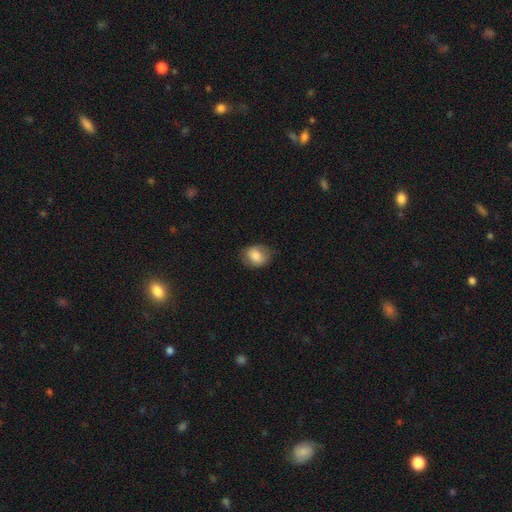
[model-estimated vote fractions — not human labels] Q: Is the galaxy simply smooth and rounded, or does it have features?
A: smooth — 78%.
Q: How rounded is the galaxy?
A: in between — 50%.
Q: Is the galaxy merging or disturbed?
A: none — 75%.